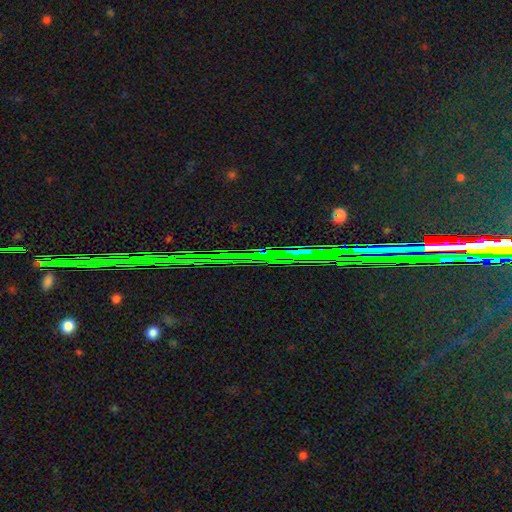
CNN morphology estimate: star or artifact 85%, featured or disk 9%, smooth 6%.